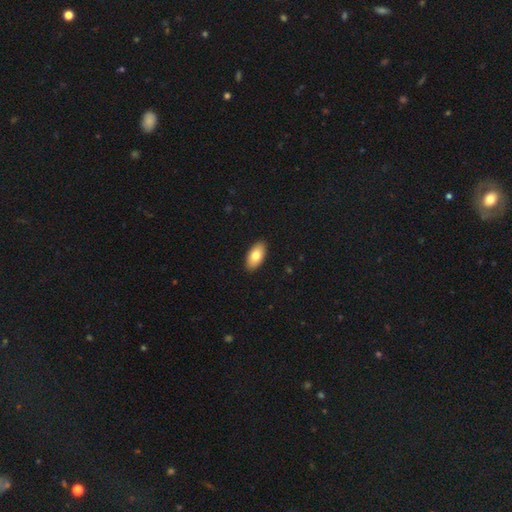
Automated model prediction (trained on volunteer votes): Smooth or featured? smooth (78%)
How rounded? in between (94%)
Merging? none (90%)